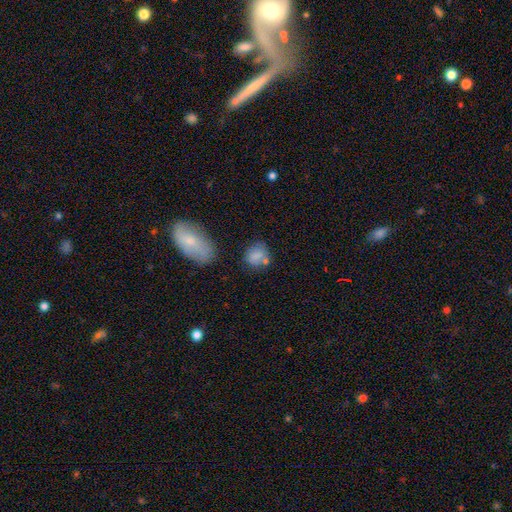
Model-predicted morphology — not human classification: The model was most divided on "how rounded": round: 63%, in between: 35%, cigar-shaped: 2%. More confident: smooth or featured — smooth (81%); merging — none (61%).